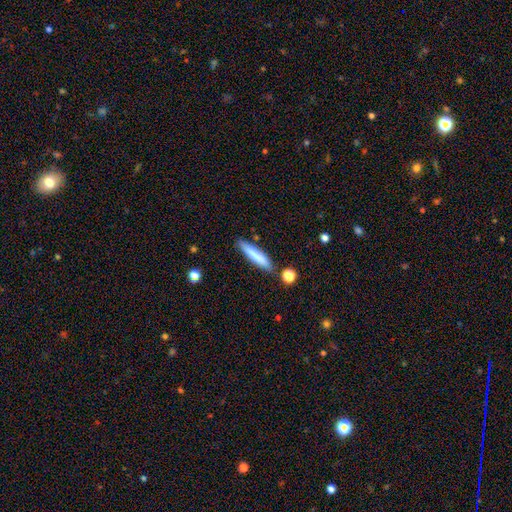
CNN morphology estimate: smooth_or_featured: smooth (p=0.77) [alt: featured or disk p=0.17]
how_rounded: cigar-shaped (p=0.87) [alt: in between p=0.12]
merging: none (p=0.81) [alt: minor disturbance p=0.12]